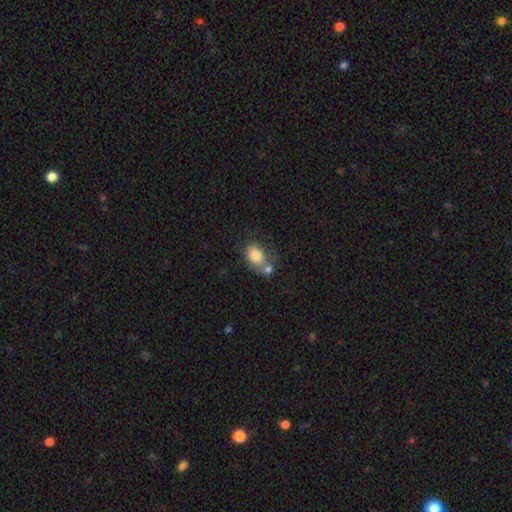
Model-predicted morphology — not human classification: smooth-or-featured: smooth: 83% | featured or disk: 9% | star or artifact: 8%
  how-rounded: in between: 66% | round: 33% | cigar-shaped: 1%
  merging: merger: 42% | none: 36% | minor disturbance: 14% | major disturbance: 7%